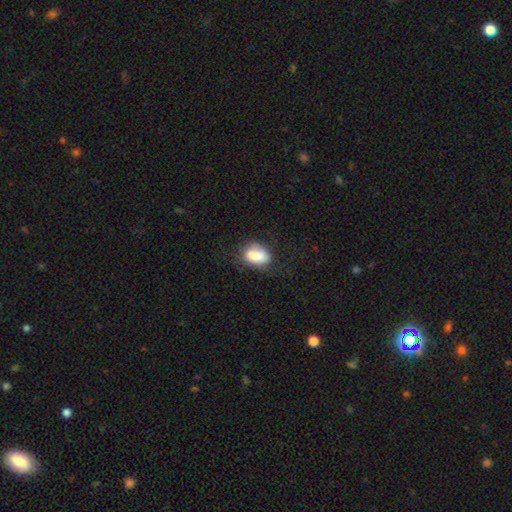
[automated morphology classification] A smooth galaxy with no disk features (79%) that is in between round and cigar-shaped (83%). Merging: none (53%).